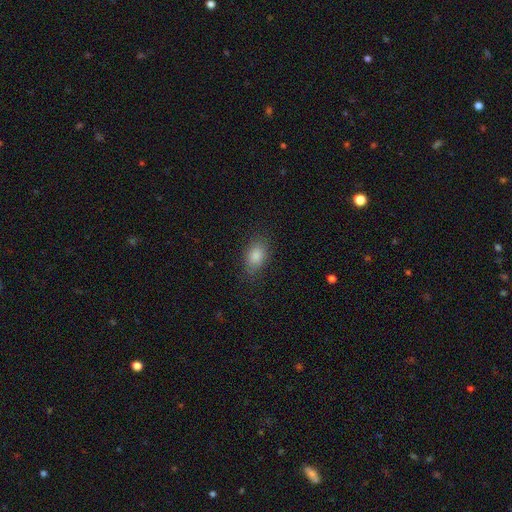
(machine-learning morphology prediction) Overall: smooth (82%). How rounded: in between (83%). Merging: none (80%).